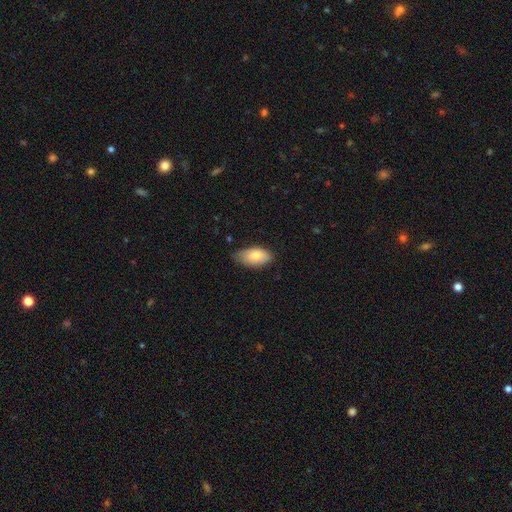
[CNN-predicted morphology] Overall: smooth (82%). How rounded: in between (93%). Merging: none (65%; minor disturbance 30%).